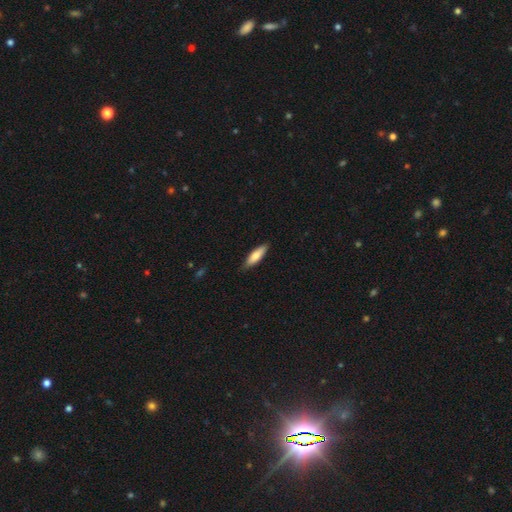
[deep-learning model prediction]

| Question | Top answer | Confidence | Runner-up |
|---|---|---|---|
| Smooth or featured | smooth | 76% | featured or disk (18%) |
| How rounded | cigar-shaped | 60% | in between (39%) |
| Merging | none | 85% | minor disturbance (12%) |